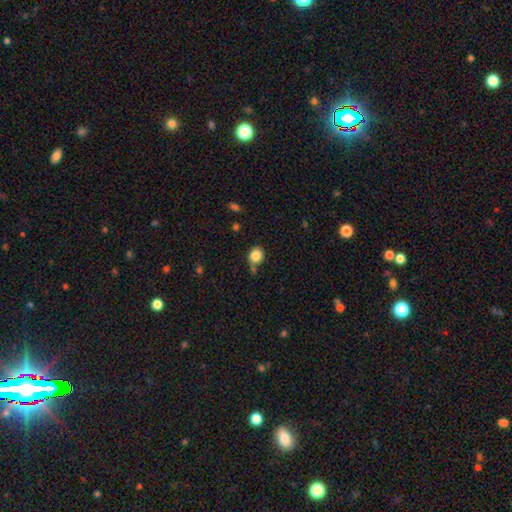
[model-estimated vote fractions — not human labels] Overall: smooth (85%). How rounded: round (75%). Merging: none (70%).